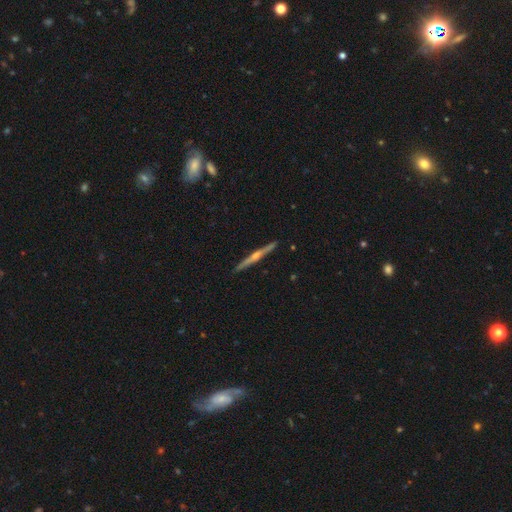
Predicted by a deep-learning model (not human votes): Smooth or featured: featured or disk — 81% (smooth — 14%)
Edge-on disk: yes — 99% (no — 1%)
Edge-on bulge: rounded — 88% (none — 7%)
Merging: none — 92% (minor disturbance — 5%)